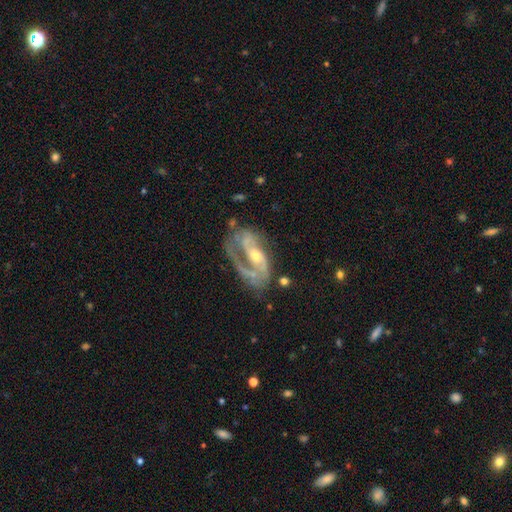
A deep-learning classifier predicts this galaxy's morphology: Smooth or featured?
  - featured or disk: 86% *
  - smooth: 8%
  - star or artifact: 6%
Edge-on disk?
  - no: 95% *
  - yes: 5%
Bar?
  - no: 41% *
  - weak: 37%
  - strong: 22%
Spiral arms?
  - yes: 91% *
  - no: 9%
Spiral winding?
  - medium: 46% *
  - loose: 28%
  - tight: 26%
Spiral arm count?
  - 2: 59% *
  - 1: 25%
  - can't tell: 9%
  - 3: 3%
  - 4: 1%
  - more than 4: 1%
Bulge size?
  - moderate: 48% *
  - small: 47%
  - large: 2%
  - none: 2%
  - dominant: 1%
Merging?
  - none: 49% *
  - major disturbance: 24%
  - minor disturbance: 21%
  - merger: 5%